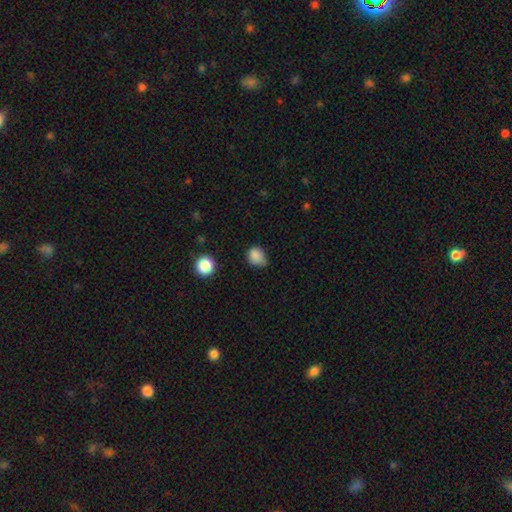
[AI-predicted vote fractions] smooth 84%, star or artifact 11%, featured or disk 4%. Down the decision tree: how rounded — round (61%); merging — none (51%).